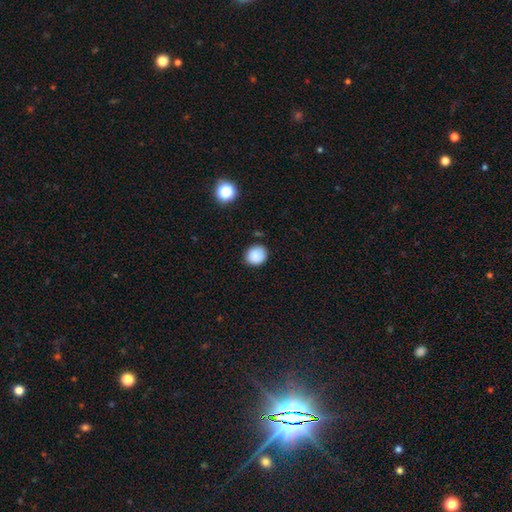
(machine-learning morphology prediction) A smooth galaxy with no disk features (86%) that is round (78%). Merging: none (83%).